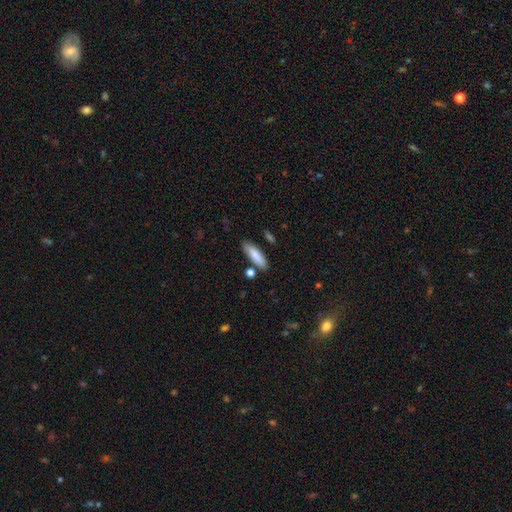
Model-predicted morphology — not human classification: smooth-or-featured: smooth: 86% | featured or disk: 8% | star or artifact: 6%
  how-rounded: cigar-shaped: 55% | in between: 43% | round: 2%
  merging: none: 82% | minor disturbance: 11% | merger: 5% | major disturbance: 2%